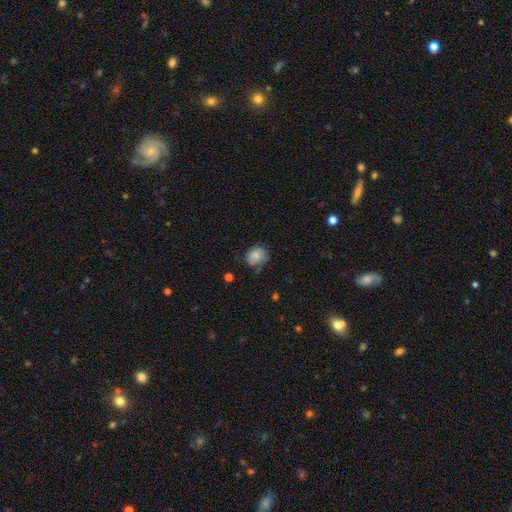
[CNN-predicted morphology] A smooth galaxy with no disk features (78%) that is round (71%). Merging: none (63%).